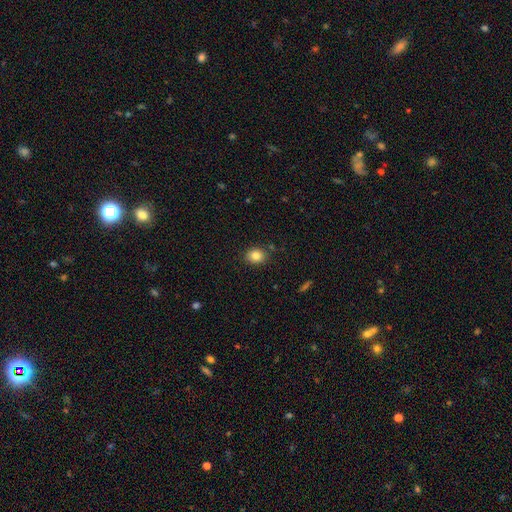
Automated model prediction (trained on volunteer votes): Overall: smooth (84%). How rounded: round (54%; in between 45%). Merging: none (86%).